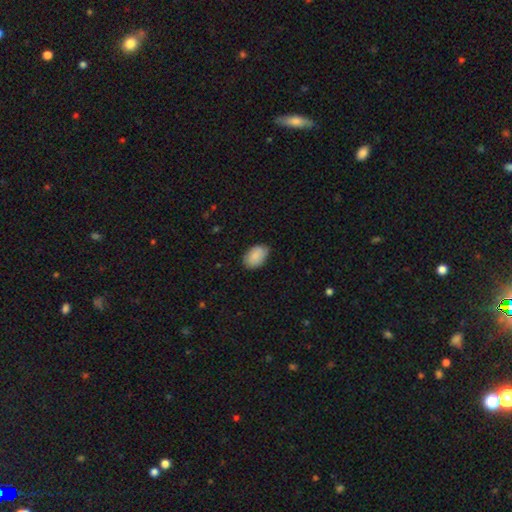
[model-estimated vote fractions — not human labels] Smooth or featured? Predicted: smooth (p=0.87). How rounded? Predicted: in between (p=0.89). Merging? Predicted: none (p=0.76).